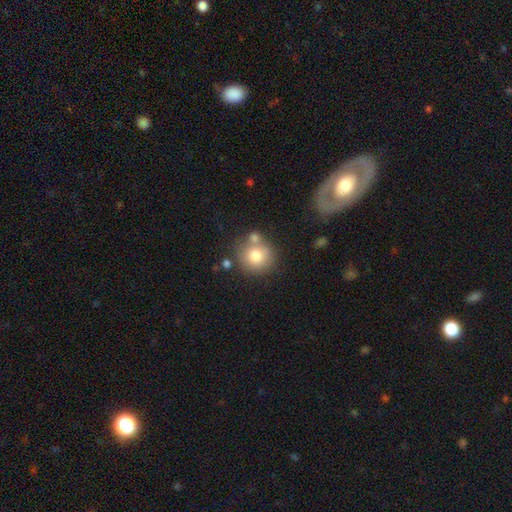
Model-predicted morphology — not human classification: smooth-or-featured: smooth: 77% | featured or disk: 13% | star or artifact: 10%
  how-rounded: round: 89% | in between: 10% | cigar-shaped: 1%
  merging: none: 64% | merger: 19% | minor disturbance: 13% | major disturbance: 4%